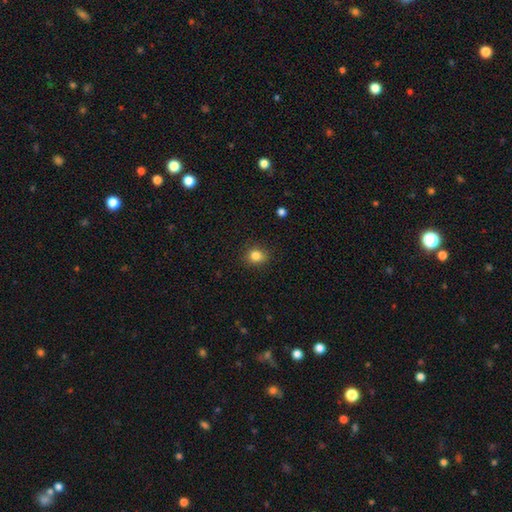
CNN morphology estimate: Q: Smooth or featured?
A: smooth (83%); runner-up: star or artifact (11%)
Q: How rounded?
A: round (67%); runner-up: in between (32%)
Q: Merging?
A: none (86%); runner-up: minor disturbance (10%)